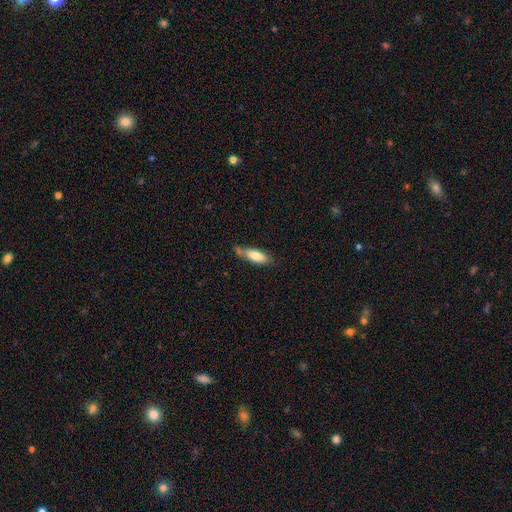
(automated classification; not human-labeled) A smooth galaxy with no disk features (75%) that is in between round and cigar-shaped (61%). Merging: none (58%).